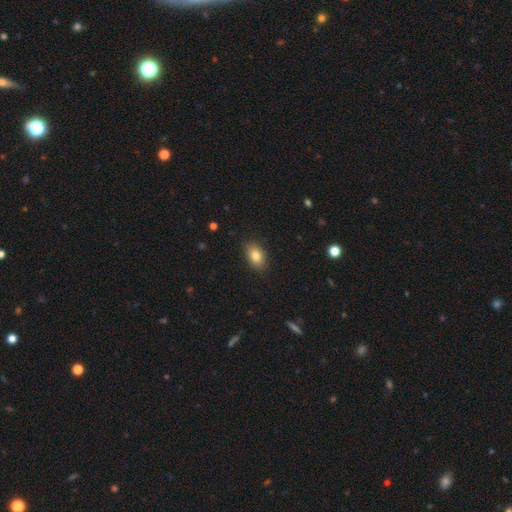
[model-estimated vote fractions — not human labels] This appears to be a smooth galaxy with no disk features (82%) that is in between round and cigar-shaped (88%). Merging: none (86%).